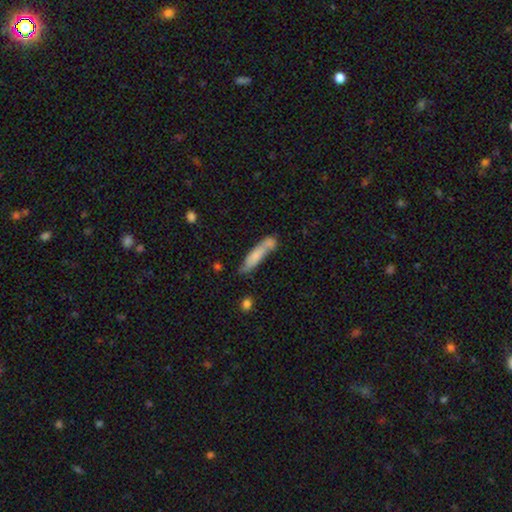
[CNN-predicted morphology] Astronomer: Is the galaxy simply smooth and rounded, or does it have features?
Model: smooth — 70%.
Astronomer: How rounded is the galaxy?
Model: cigar-shaped — 79%.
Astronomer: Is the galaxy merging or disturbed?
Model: none — 53%.